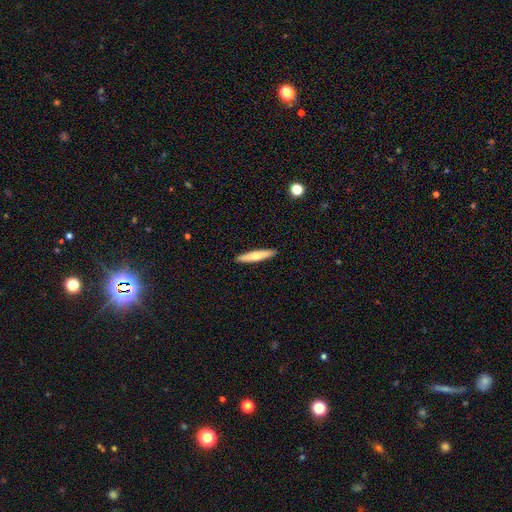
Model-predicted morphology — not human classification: Smooth or featured?
  - smooth: 57% *
  - featured or disk: 38%
  - star or artifact: 6%
How rounded?
  - cigar-shaped: 91% *
  - in between: 8%
  - round: 1%
Merging?
  - none: 92% *
  - minor disturbance: 6%
  - major disturbance: 1%
  - merger: 1%